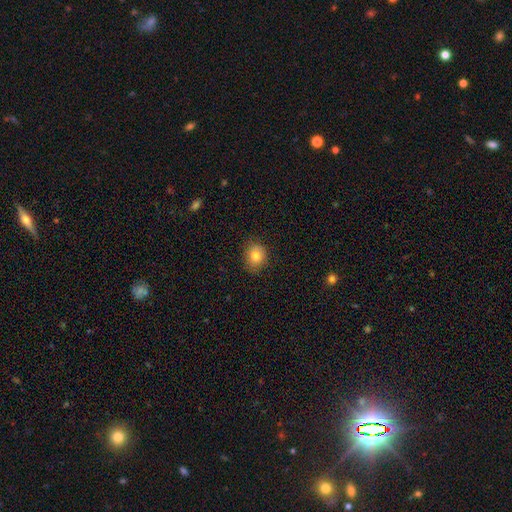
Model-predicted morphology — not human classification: The model was most divided on "how rounded": round: 61%, in between: 38%, cigar-shaped: 1%. More confident: merging — none (82%); smooth or featured — smooth (81%).